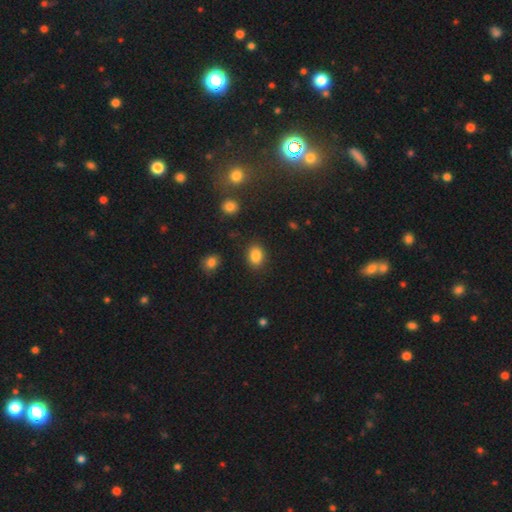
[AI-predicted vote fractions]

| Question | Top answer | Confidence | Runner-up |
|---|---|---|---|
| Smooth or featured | smooth | 86% | star or artifact (9%) |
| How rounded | in between | 68% | round (30%) |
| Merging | none | 86% | minor disturbance (9%) |